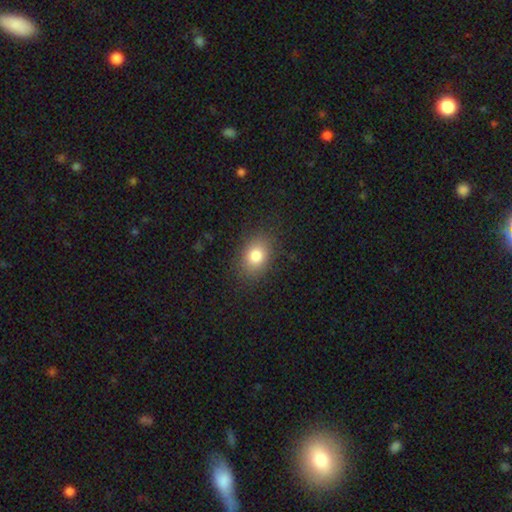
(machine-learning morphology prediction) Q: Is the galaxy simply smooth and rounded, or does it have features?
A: smooth — 81%.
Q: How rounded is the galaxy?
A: in between — 68%.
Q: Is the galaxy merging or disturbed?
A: none — 84%.